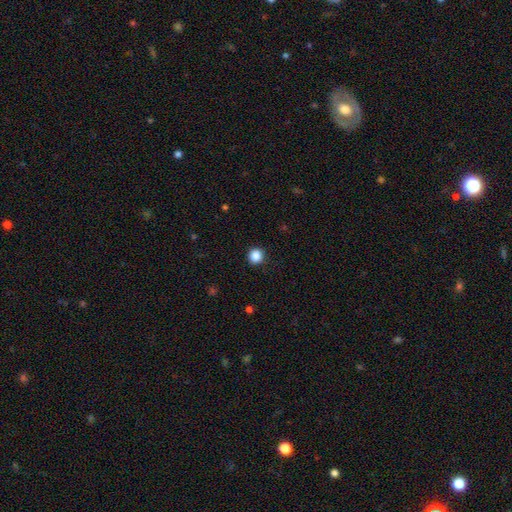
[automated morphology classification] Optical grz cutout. It shows a smooth galaxy with no disk features (87%) that is round (91%). Merging: none (92%).